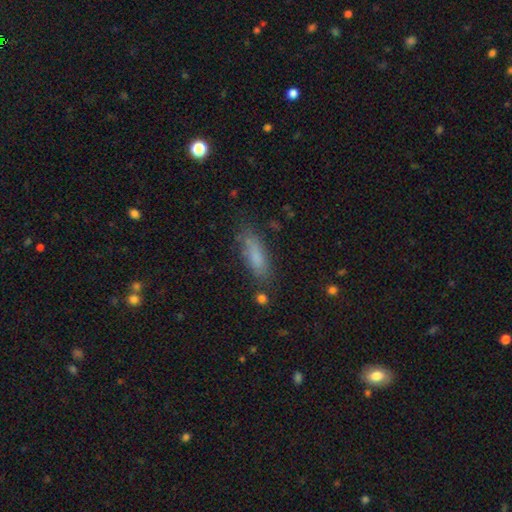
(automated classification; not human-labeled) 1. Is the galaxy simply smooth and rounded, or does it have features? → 77% smooth, 14% featured or disk, 9% star or artifact.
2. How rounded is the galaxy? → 50% cigar-shaped, 48% in between, 2% round.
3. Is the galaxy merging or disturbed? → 72% none, 18% minor disturbance, 6% major disturbance, 4% merger.